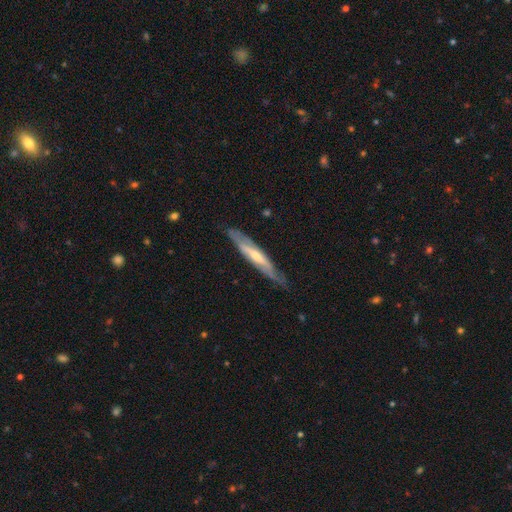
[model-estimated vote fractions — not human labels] The model was most divided on "smooth or featured": featured or disk: 66%, smooth: 29%, star or artifact: 5%. More confident: merging — none (78%); edge-on disk — yes (69%).